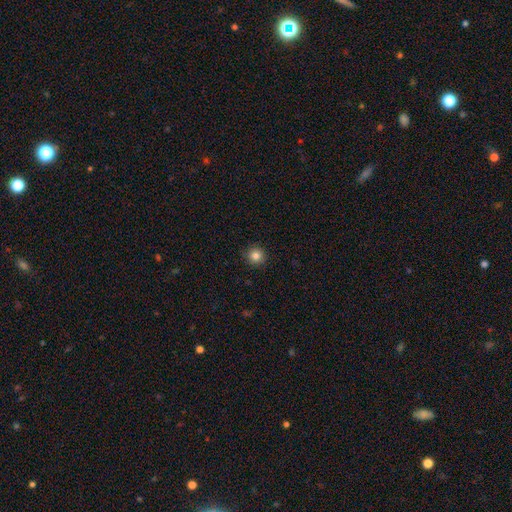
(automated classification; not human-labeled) smooth-or-featured: smooth: 83% | star or artifact: 11% | featured or disk: 5%
  how-rounded: round: 94% | in between: 5% | cigar-shaped: 1%
  merging: none: 91% | minor disturbance: 6% | major disturbance: 2% | merger: 1%